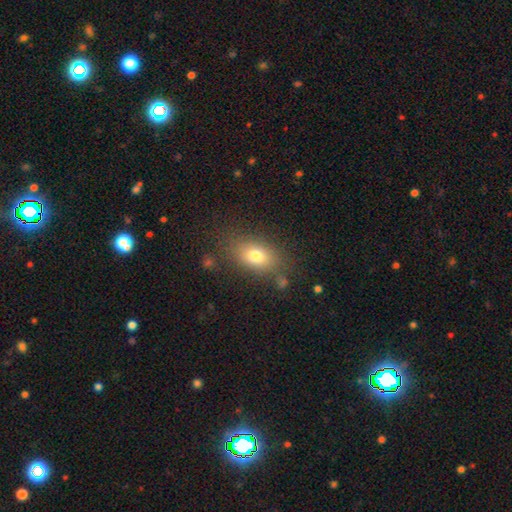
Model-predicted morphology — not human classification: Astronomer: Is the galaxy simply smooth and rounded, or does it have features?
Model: smooth — 77%.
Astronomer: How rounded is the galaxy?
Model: in between — 83%.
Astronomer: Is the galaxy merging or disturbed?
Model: none — 78%.